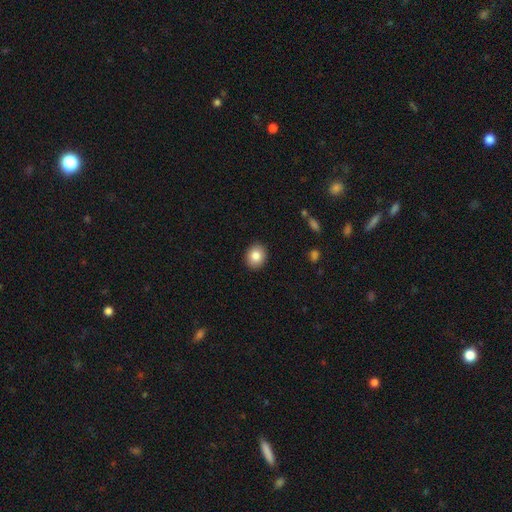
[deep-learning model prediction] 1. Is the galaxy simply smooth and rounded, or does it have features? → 84% smooth, 9% star or artifact, 8% featured or disk.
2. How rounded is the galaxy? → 63% round, 36% in between, 1% cigar-shaped.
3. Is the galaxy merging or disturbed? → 91% none, 6% minor disturbance, 2% major disturbance, 1% merger.